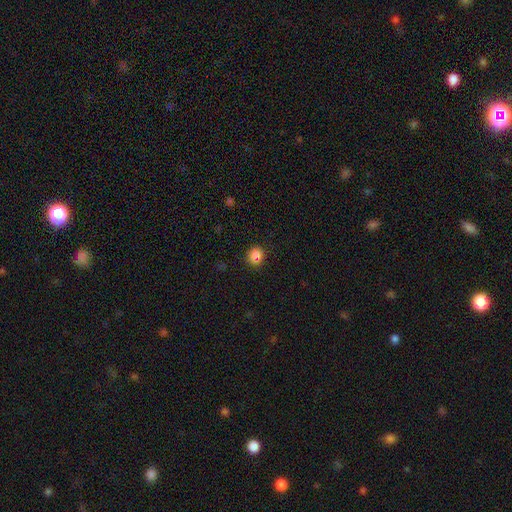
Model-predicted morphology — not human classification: This appears to be a smooth galaxy with no disk features (77%) that is round (81%). Merging: none (82%).